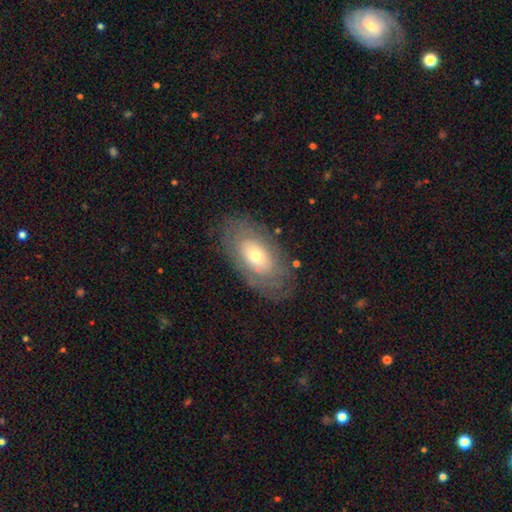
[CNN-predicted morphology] A smooth galaxy with no disk features (48%).

Vote fractions:
- Smooth or featured? smooth: 48% / featured or disk: 44% / star or artifact: 8%
- Merging? none: 78% / minor disturbance: 14% / major disturbance: 6% / merger: 1%